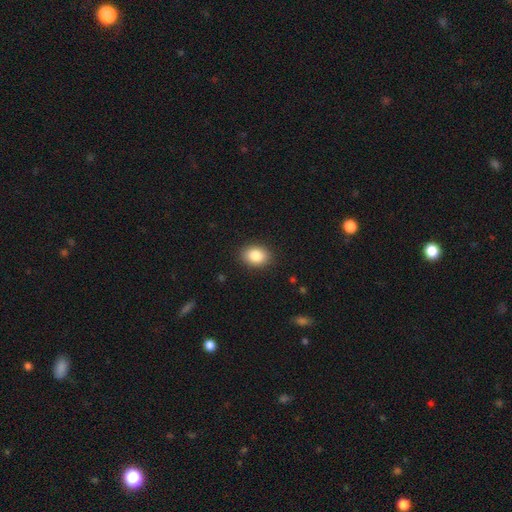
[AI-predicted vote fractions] The model was most divided on "how rounded": in between: 69%, round: 30%, cigar-shaped: 1%. More confident: merging — none (89%); smooth or featured — smooth (86%).